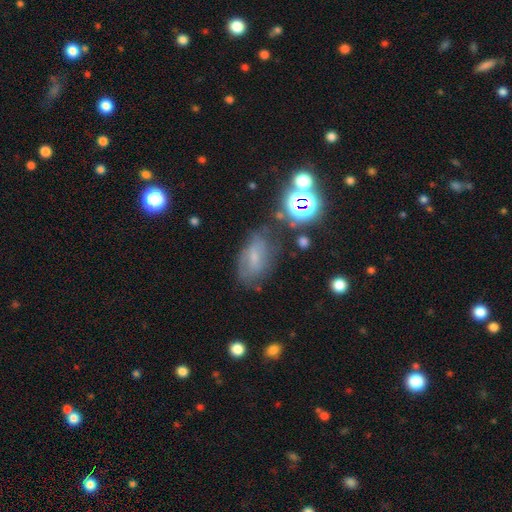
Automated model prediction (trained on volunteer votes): The model was most divided on "smooth or featured": featured or disk: 42%, smooth: 39%, star or artifact: 19%. More confident: merging — none (56%).